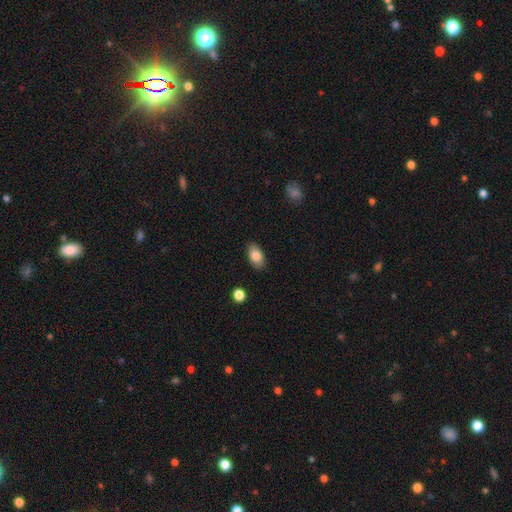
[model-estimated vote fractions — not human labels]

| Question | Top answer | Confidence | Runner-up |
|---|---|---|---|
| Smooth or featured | smooth | 82% | featured or disk (11%) |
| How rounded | in between | 92% | round (6%) |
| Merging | none | 88% | minor disturbance (9%) |